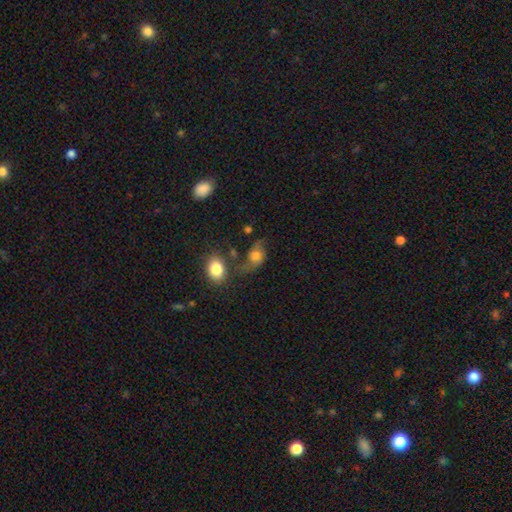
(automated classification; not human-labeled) Smooth or featured: smooth — 50% (featured or disk — 38%)
How rounded: in between — 57% (round — 40%)
Merging: none — 43% (minor disturbance — 23%)